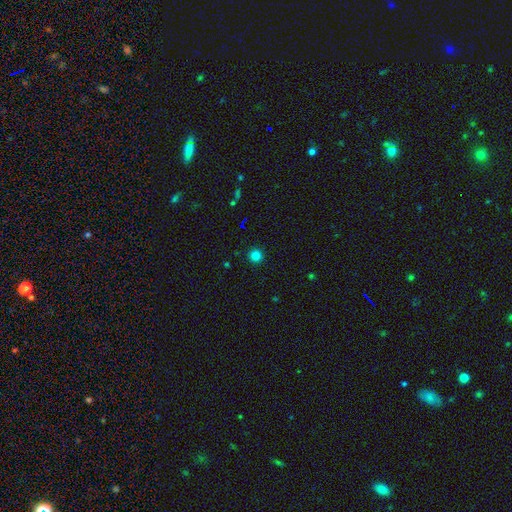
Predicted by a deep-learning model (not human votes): A smooth galaxy with no disk features (81%) that is round (96%). Merging: none (93%).